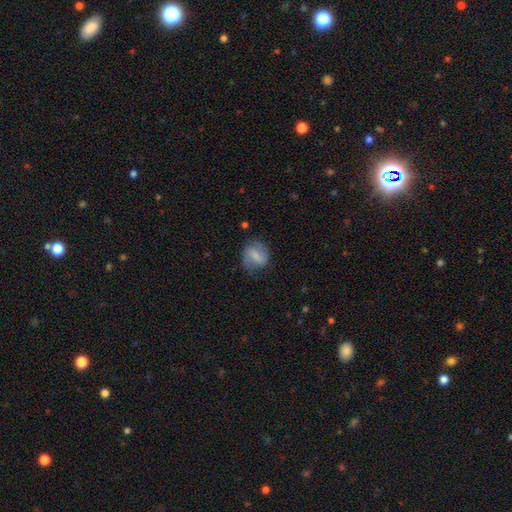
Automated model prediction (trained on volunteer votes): The model was most divided on "how rounded": round: 55%, in between: 43%, cigar-shaped: 2%. More confident: merging — none (67%); smooth or featured — smooth (57%).